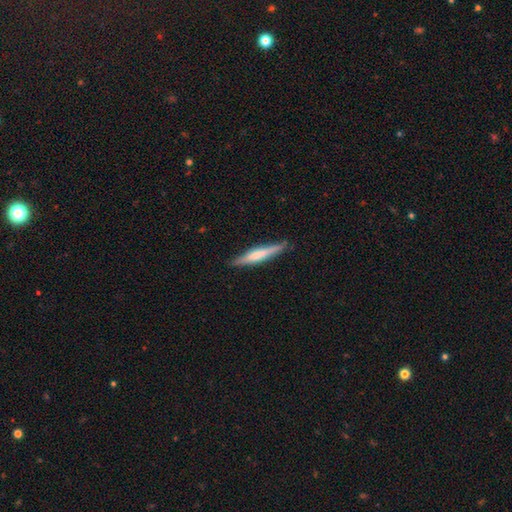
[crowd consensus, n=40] Smooth or featured? featured or disk (62%)
Edge-on disk? yes (96%)
Edge-on bulge? rounded (50%)
Merging? none (87%)